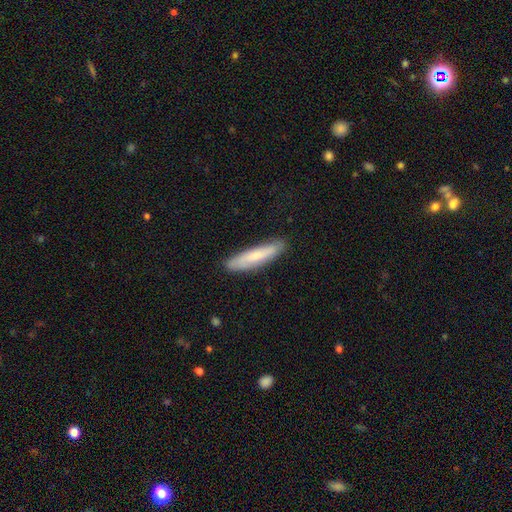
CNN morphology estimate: Overall: smooth (63%; featured or disk 31%). How rounded: cigar-shaped (82%). Merging: none (86%).